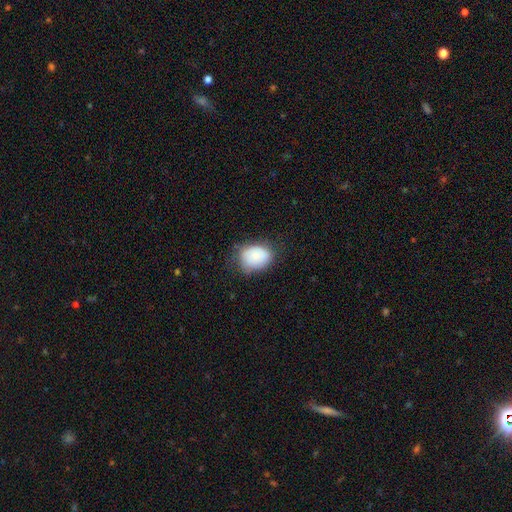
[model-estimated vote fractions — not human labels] Smooth or featured?
  - smooth: 81% *
  - featured or disk: 11%
  - star or artifact: 8%
How rounded?
  - in between: 63% *
  - round: 36%
  - cigar-shaped: 1%
Merging?
  - none: 64% *
  - minor disturbance: 28%
  - major disturbance: 7%
  - merger: 1%